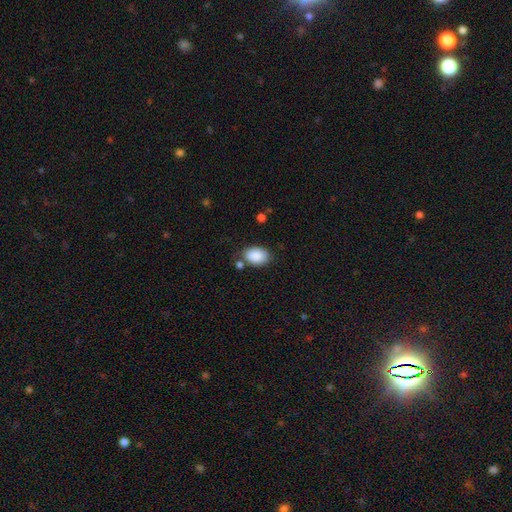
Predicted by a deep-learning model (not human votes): Smooth or featured: smooth — 88% (star or artifact — 7%)
How rounded: in between — 85% (round — 14%)
Merging: none — 73% (minor disturbance — 15%)